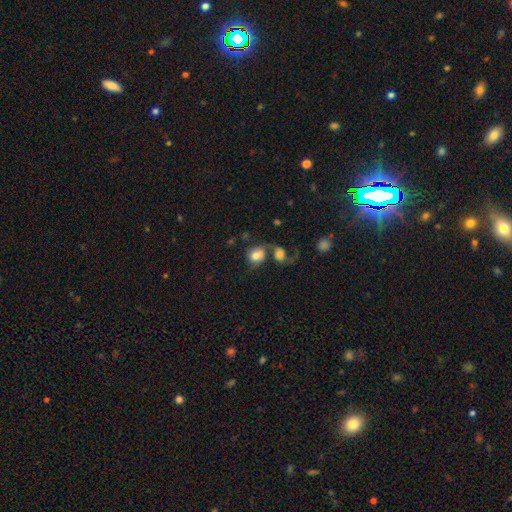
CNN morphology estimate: Overall: smooth (68%). How rounded: round (66%; in between 33%). Merging: merger (47%; none 28%).